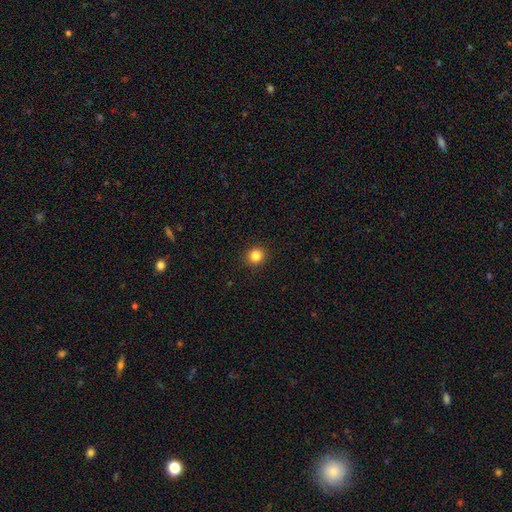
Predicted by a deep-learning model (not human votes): A smooth galaxy with no disk features (84%) that is round (90%).

Vote fractions:
- Smooth or featured? smooth: 84% / star or artifact: 12% / featured or disk: 4%
- How rounded? round: 90% / in between: 9% / cigar-shaped: 1%
- Merging? none: 92% / minor disturbance: 5% / major disturbance: 2% / merger: 1%